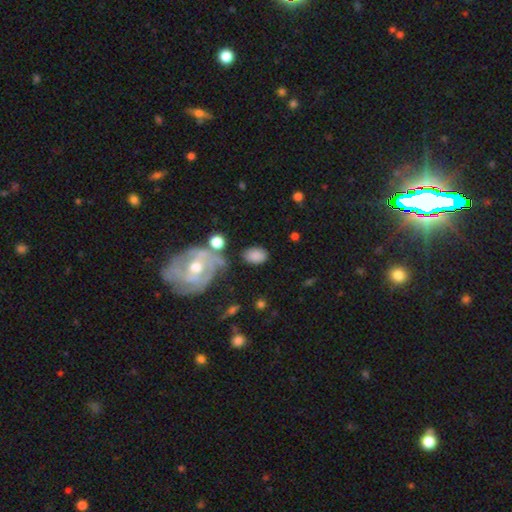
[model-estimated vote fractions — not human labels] This appears to be a smooth galaxy with no disk features (77%) that is in between round and cigar-shaped (81%). Merging: none (68%).